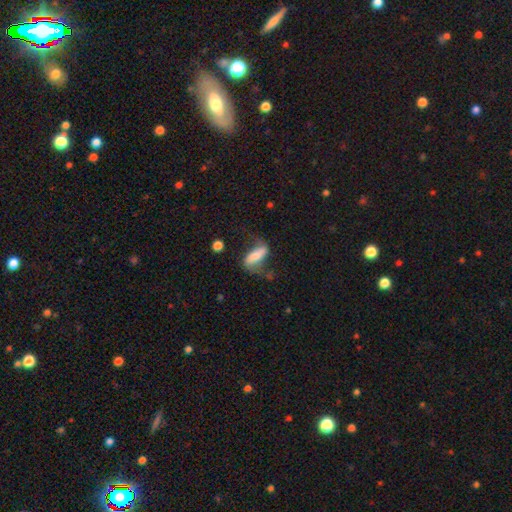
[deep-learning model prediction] Smooth or featured: featured or disk — 55% (smooth — 37%)
Edge-on disk: no — 85% (yes — 15%)
Merging: none — 51% (minor disturbance — 24%)